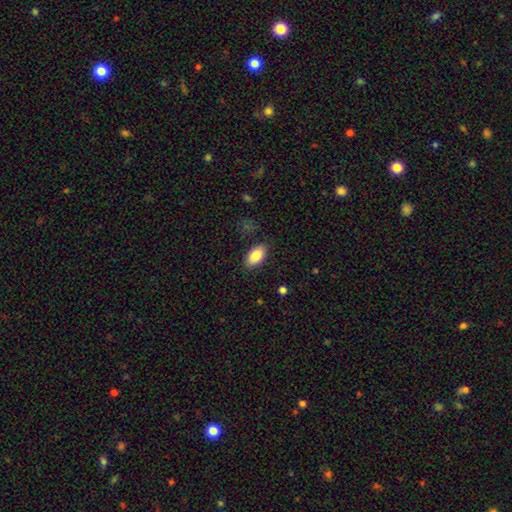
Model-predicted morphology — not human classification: Smooth or featured? smooth (86%)
How rounded? in between (93%)
Merging? none (85%)